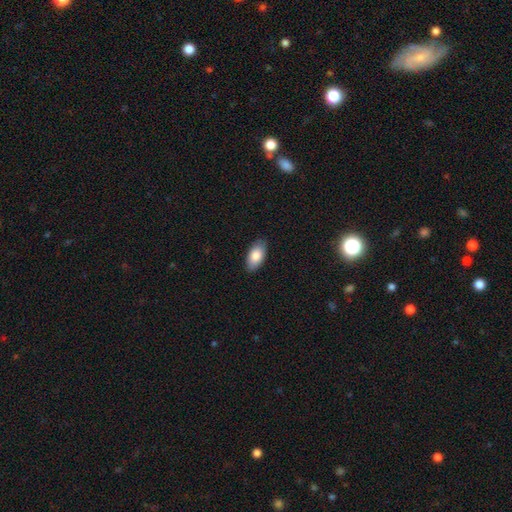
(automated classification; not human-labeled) Smooth or featured: smooth — 84% (featured or disk — 9%)
How rounded: in between — 94% (cigar-shaped — 3%)
Merging: none — 88% (minor disturbance — 9%)